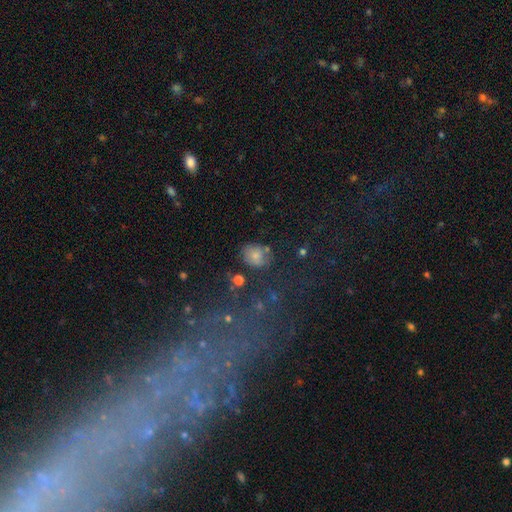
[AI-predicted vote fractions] Smooth or featured?
  - smooth: 72% *
  - featured or disk: 15%
  - star or artifact: 13%
How rounded?
  - round: 51% *
  - in between: 47%
  - cigar-shaped: 1%
Merging?
  - none: 66% *
  - minor disturbance: 20%
  - major disturbance: 7%
  - merger: 7%